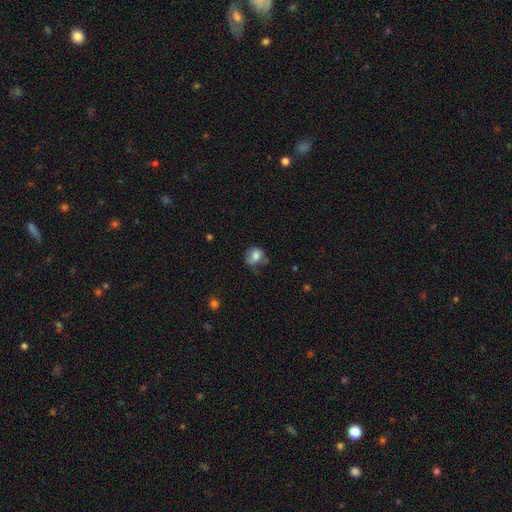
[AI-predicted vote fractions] Smooth or featured?
  - smooth: 70% *
  - featured or disk: 20%
  - star or artifact: 10%
How rounded?
  - round: 58% *
  - in between: 41%
  - cigar-shaped: 1%
Merging?
  - none: 47% *
  - minor disturbance: 32%
  - major disturbance: 17%
  - merger: 4%